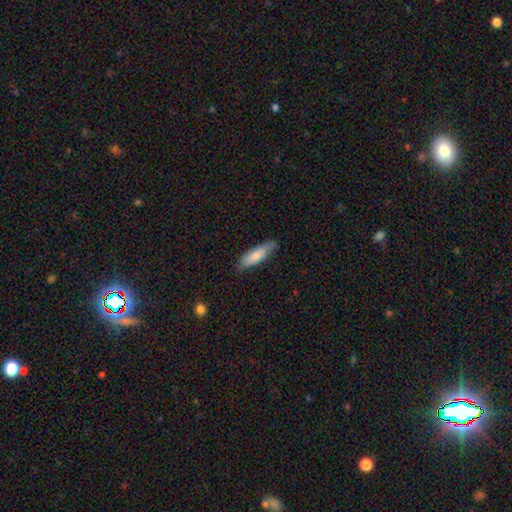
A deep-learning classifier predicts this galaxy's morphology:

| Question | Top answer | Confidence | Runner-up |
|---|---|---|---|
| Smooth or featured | smooth | 80% | featured or disk (15%) |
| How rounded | cigar-shaped | 59% | in between (40%) |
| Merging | none | 77% | minor disturbance (18%) |